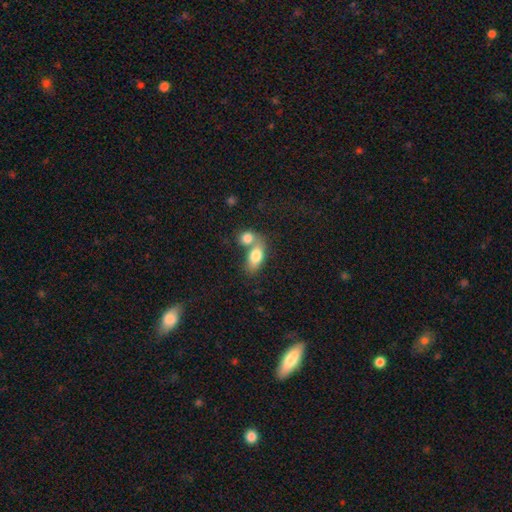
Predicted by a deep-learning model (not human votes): Smooth or featured? Predicted: smooth (p=0.79). How rounded? Predicted: in between (p=0.84). Merging? Predicted: merger (p=0.60).